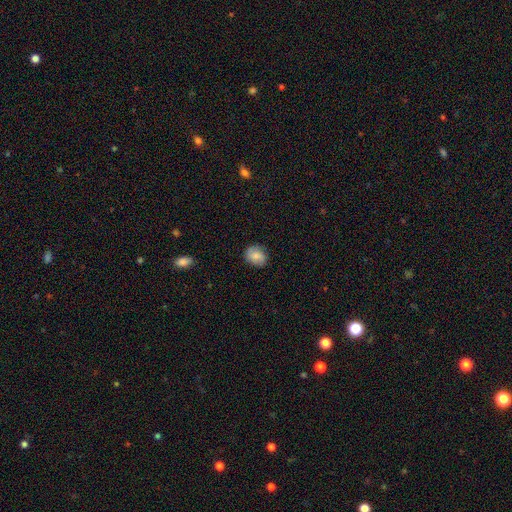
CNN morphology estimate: A smooth galaxy with no disk features (78%) that is in between round and cigar-shaped (54%). Merging: none (80%).